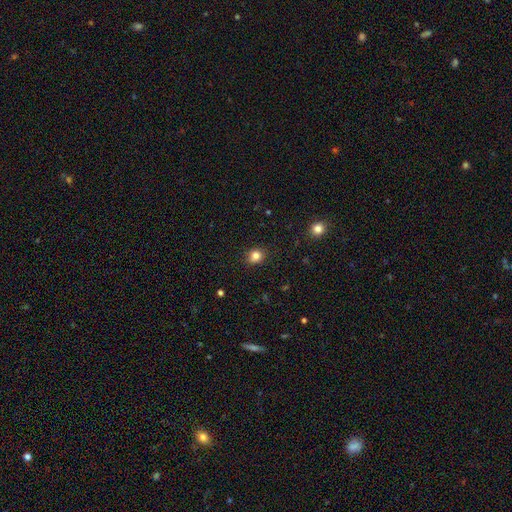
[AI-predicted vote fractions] Overall: smooth (82%). How rounded: round (72%). Merging: none (86%).